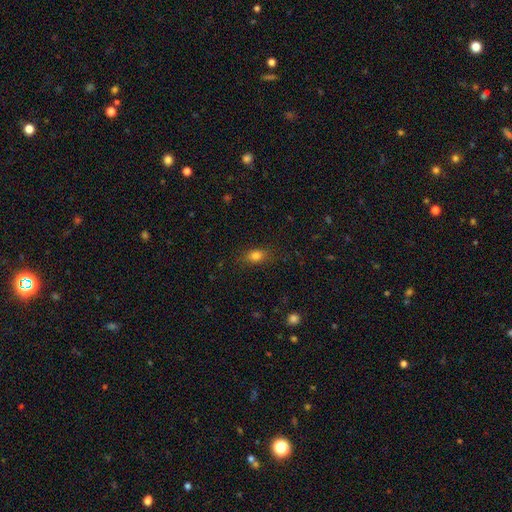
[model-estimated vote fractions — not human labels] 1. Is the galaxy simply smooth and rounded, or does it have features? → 80% smooth, 11% star or artifact, 8% featured or disk.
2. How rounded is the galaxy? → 74% in between, 20% round, 6% cigar-shaped.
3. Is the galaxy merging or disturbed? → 83% none, 13% minor disturbance, 4% major disturbance, 1% merger.